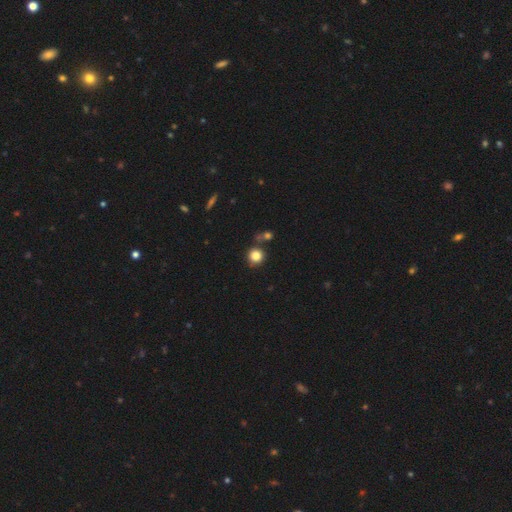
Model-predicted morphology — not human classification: A smooth galaxy with no disk features (83%) that is round (92%). Merging: none (74%).